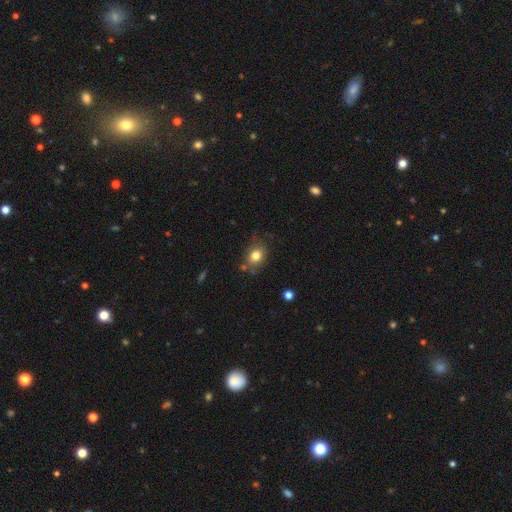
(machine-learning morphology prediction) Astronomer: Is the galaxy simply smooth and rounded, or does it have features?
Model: smooth — 80%.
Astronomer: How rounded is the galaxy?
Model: round — 55% (runner-up: in between, 44%).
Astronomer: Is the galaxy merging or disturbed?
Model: none — 72%.